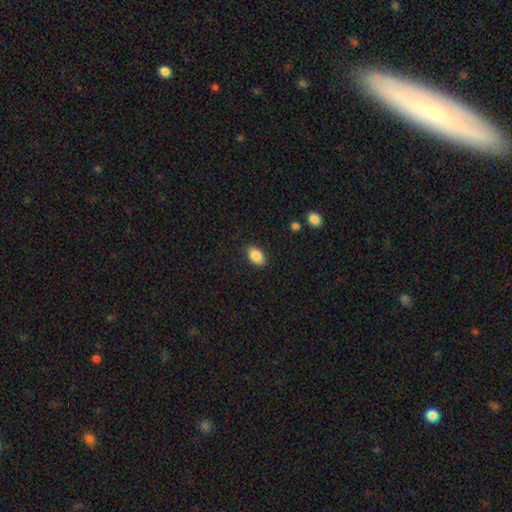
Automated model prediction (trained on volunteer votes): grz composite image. It shows a smooth galaxy with no disk features (87%) that is in between round and cigar-shaped (88%). Merging: none (86%).